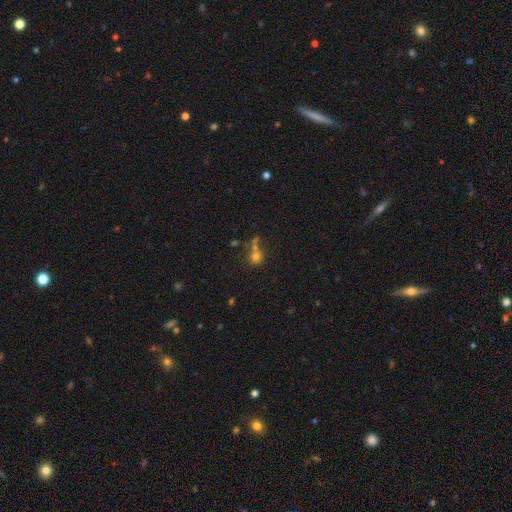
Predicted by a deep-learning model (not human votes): The model was most divided on "merging": none: 52%, merger: 30%, minor disturbance: 11%, major disturbance: 8%. More confident: how rounded — round (84%); smooth or featured — smooth (62%).